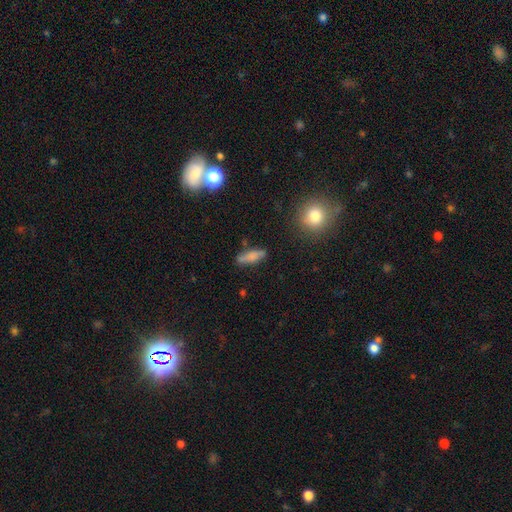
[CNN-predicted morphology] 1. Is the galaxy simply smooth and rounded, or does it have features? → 59% smooth, 21% star or artifact, 20% featured or disk.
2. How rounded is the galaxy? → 49% cigar-shaped, 42% in between, 9% round.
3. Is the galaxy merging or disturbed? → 76% none, 14% minor disturbance, 5% major disturbance, 4% merger.